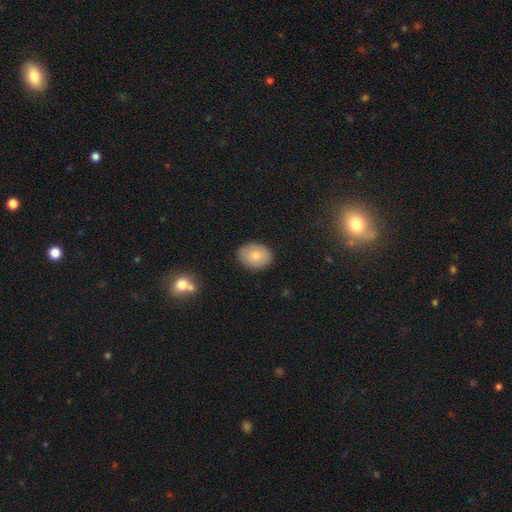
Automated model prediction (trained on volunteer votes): Smooth or featured? Predicted: smooth (p=0.79). How rounded? Predicted: in between (p=0.57). Merging? Predicted: none (p=0.85).